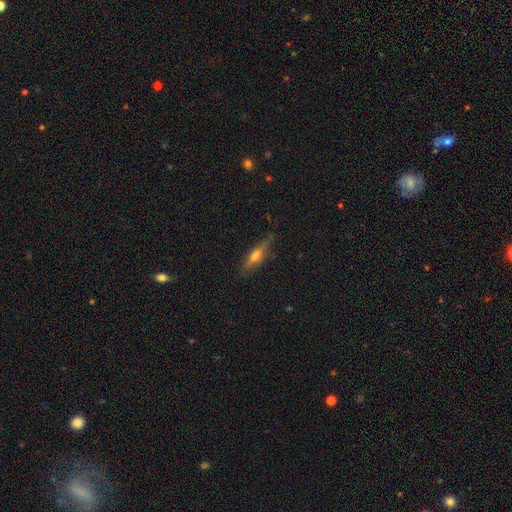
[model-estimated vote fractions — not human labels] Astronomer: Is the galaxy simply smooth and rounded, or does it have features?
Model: featured or disk — 51% (runner-up: smooth, 41%).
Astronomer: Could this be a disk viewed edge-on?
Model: yes — 90%.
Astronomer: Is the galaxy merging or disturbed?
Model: none — 80%.